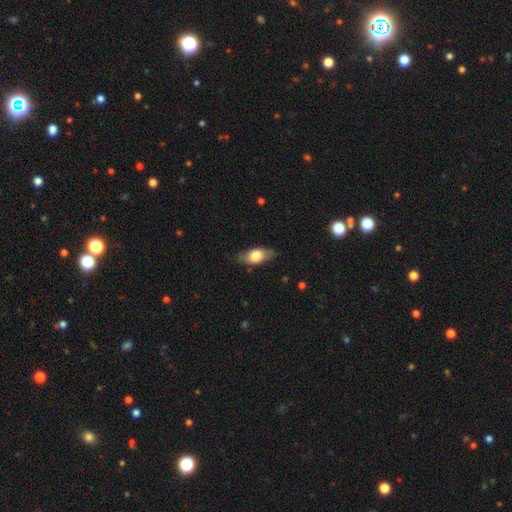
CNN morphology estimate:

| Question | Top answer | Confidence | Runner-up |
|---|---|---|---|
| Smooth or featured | smooth | 67% | featured or disk (27%) |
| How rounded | in between | 82% | cigar-shaped (12%) |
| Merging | none | 79% | minor disturbance (16%) |